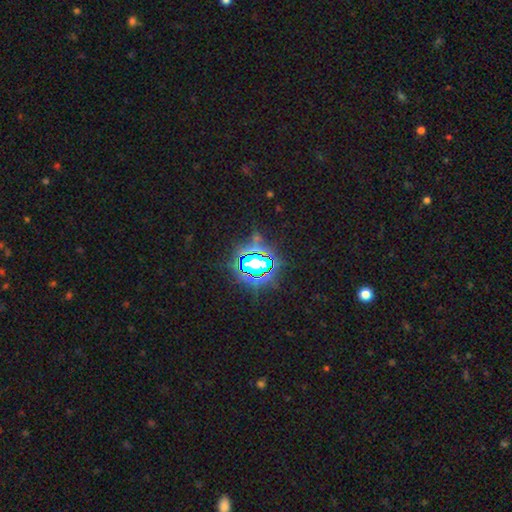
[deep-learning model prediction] smooth_or_featured: star or artifact (p=0.80) [alt: smooth p=0.13]